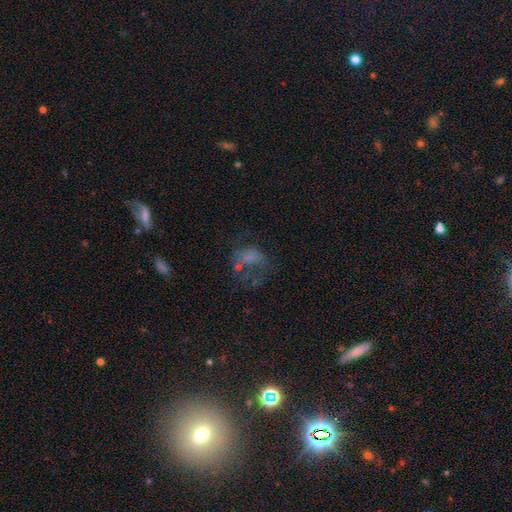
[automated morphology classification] Smooth or featured?
  - star or artifact: 39% *
  - featured or disk: 32%
  - smooth: 29%